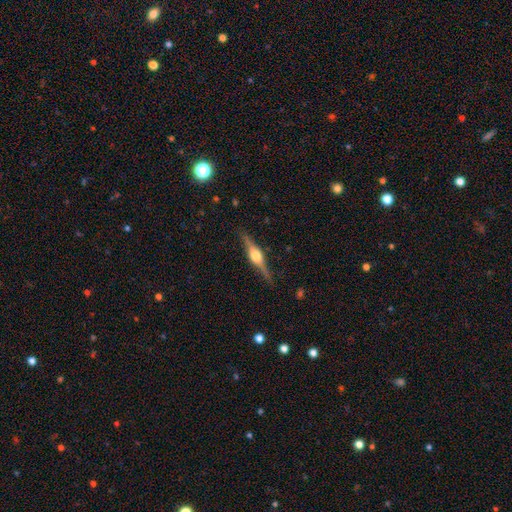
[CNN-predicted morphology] Smooth or featured?
  - featured or disk: 78% *
  - smooth: 17%
  - star or artifact: 6%
Edge-on disk?
  - yes: 98% *
  - no: 2%
Edge-on bulge?
  - rounded: 92% *
  - boxy: 6%
  - none: 2%
Merging?
  - none: 86% *
  - minor disturbance: 10%
  - major disturbance: 2%
  - merger: 1%